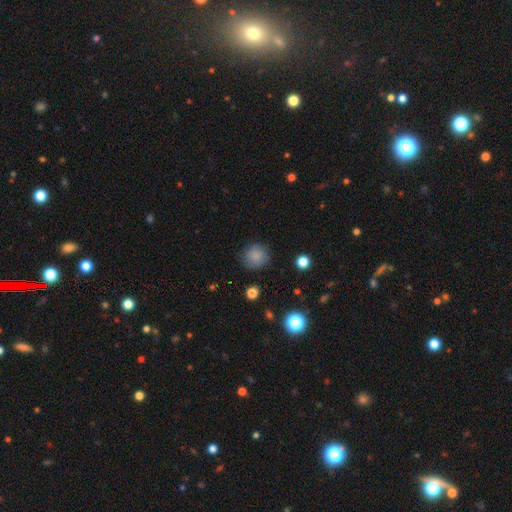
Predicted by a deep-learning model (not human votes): smooth-or-featured: smooth: 84% | star or artifact: 9% | featured or disk: 7%
  how-rounded: round: 88% | in between: 11% | cigar-shaped: 1%
  merging: none: 83% | minor disturbance: 12% | major disturbance: 3% | merger: 1%